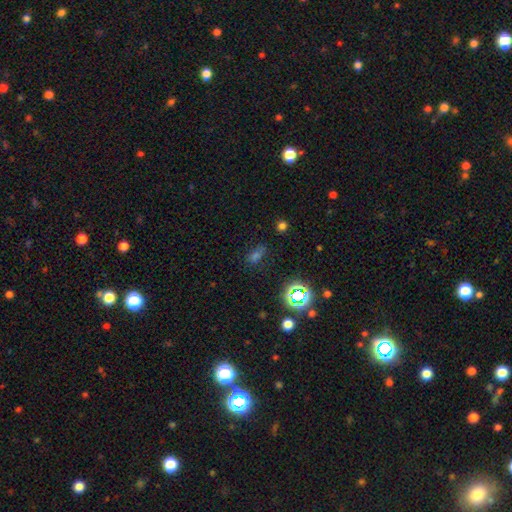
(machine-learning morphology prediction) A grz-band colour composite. It shows a smooth galaxy with no disk features (48%). Merging: none (72%).